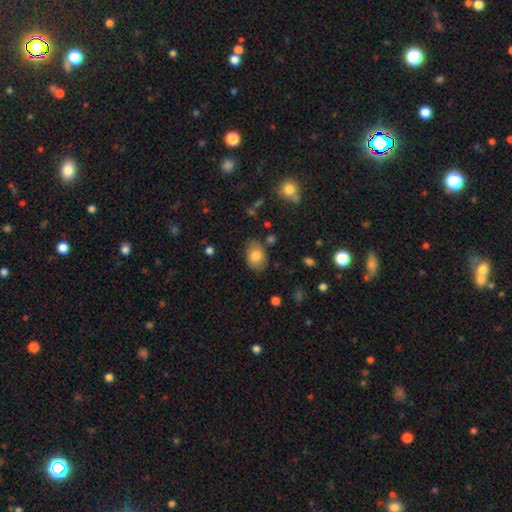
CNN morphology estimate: smooth-or-featured: smooth: 80% | featured or disk: 13% | star or artifact: 8%
  how-rounded: in between: 82% | round: 17% | cigar-shaped: 1%
  merging: none: 81% | minor disturbance: 14% | major disturbance: 3% | merger: 2%